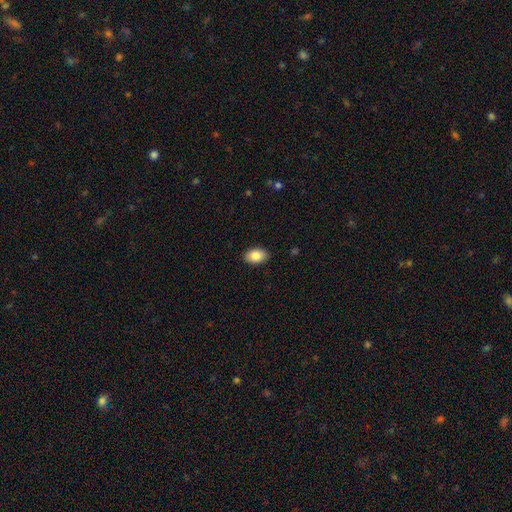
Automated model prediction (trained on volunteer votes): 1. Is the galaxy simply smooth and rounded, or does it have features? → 86% smooth, 7% featured or disk, 7% star or artifact.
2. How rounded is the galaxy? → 90% in between, 9% round, 1% cigar-shaped.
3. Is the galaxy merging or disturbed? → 89% none, 8% minor disturbance, 2% major disturbance, 1% merger.